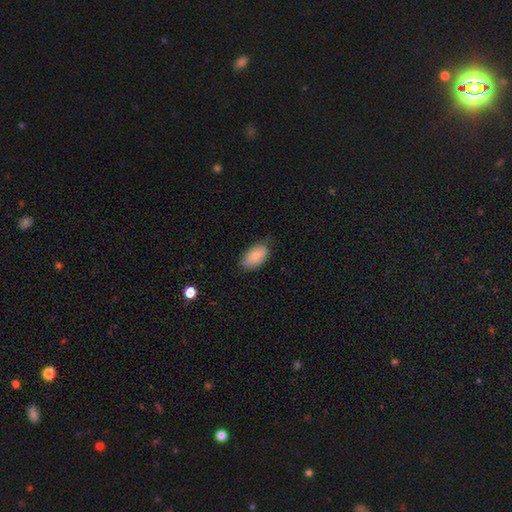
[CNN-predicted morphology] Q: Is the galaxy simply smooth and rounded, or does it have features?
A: smooth — 78%.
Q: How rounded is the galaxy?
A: in between — 93%.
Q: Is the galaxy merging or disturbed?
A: none — 71%.